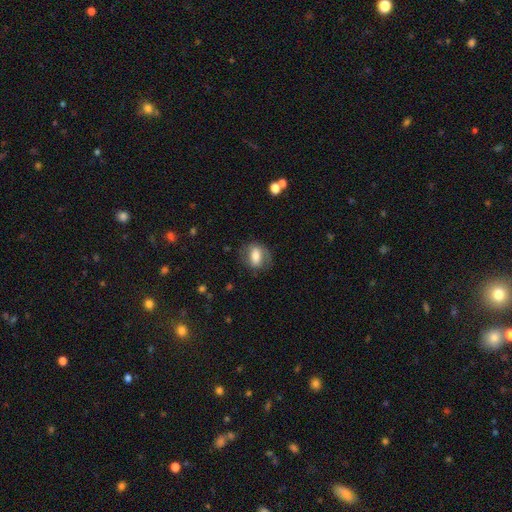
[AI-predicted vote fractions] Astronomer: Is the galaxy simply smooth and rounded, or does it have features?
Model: smooth — 58% (runner-up: featured or disk, 34%).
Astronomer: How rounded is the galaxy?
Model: in between — 70%.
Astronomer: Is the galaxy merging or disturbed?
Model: none — 70%.